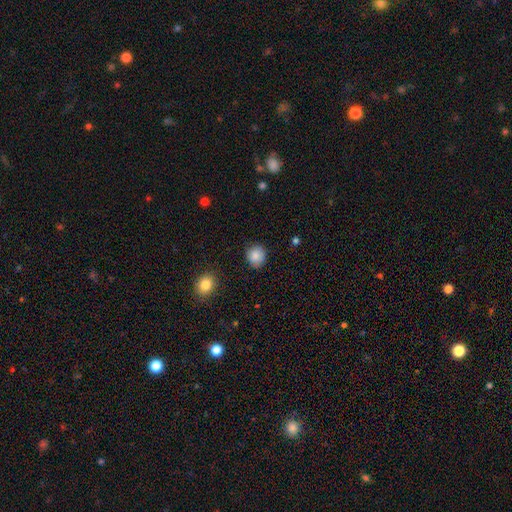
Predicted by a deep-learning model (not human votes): Smooth or featured? smooth (88%)
How rounded? round (86%)
Merging? none (87%)